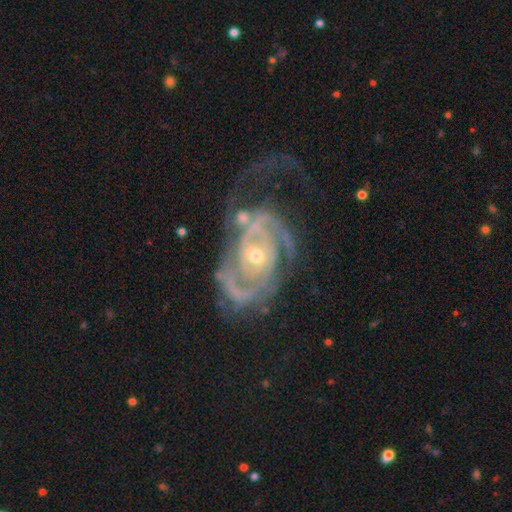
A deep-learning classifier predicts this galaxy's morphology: type=featured or disk (91%); edge-on=no (97%); bar=no (66%); spiral arms=yes (97%); winding=tight (61%); arm count=2 (44%); bulge=small (57%); merging=none (41%).